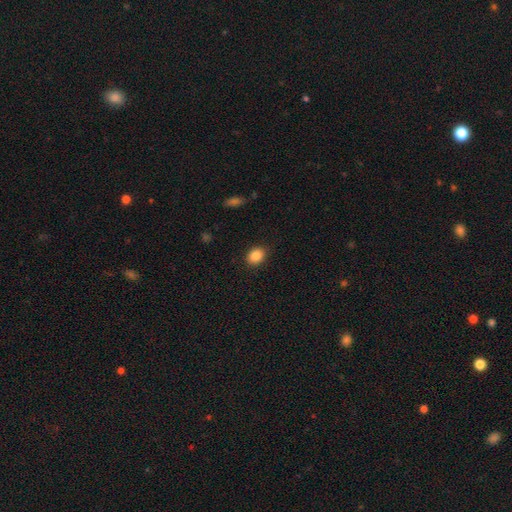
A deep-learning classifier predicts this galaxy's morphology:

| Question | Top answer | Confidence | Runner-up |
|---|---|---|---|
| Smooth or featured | smooth | 86% | star or artifact (9%) |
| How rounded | in between | 59% | round (40%) |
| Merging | none | 88% | minor disturbance (9%) |